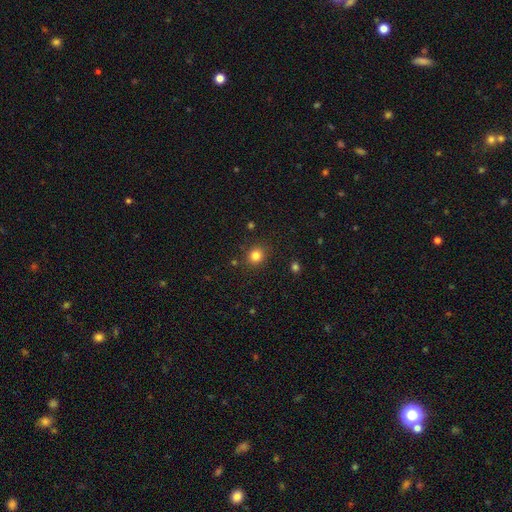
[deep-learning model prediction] A smooth galaxy with no disk features (83%) that is round (80%). Merging: none (86%).